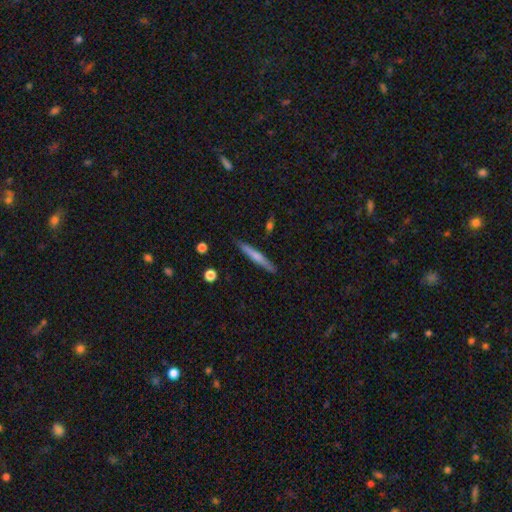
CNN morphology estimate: Smooth or featured?
  - smooth: 54% *
  - featured or disk: 40%
  - star or artifact: 6%
How rounded?
  - cigar-shaped: 95% *
  - in between: 4%
  - round: 2%
Merging?
  - none: 88% *
  - minor disturbance: 8%
  - major disturbance: 2%
  - merger: 2%